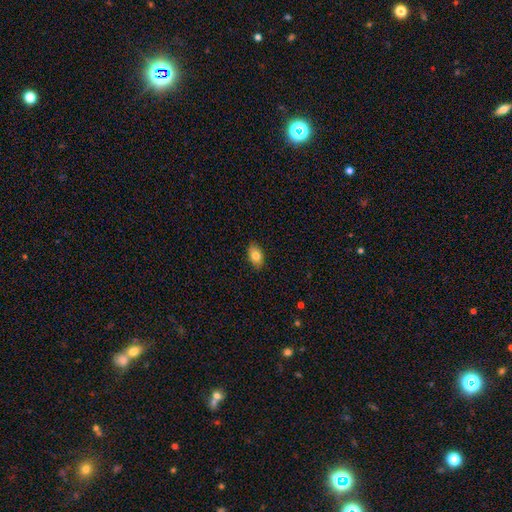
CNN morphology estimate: type=smooth (81%); roundness=in between (87%); merging=none (87%).